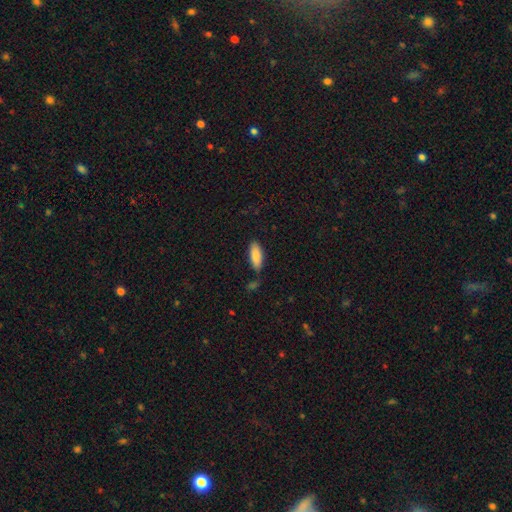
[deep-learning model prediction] Morphology: type=smooth (87%); roundness=in between (77%); merging=none (73%).